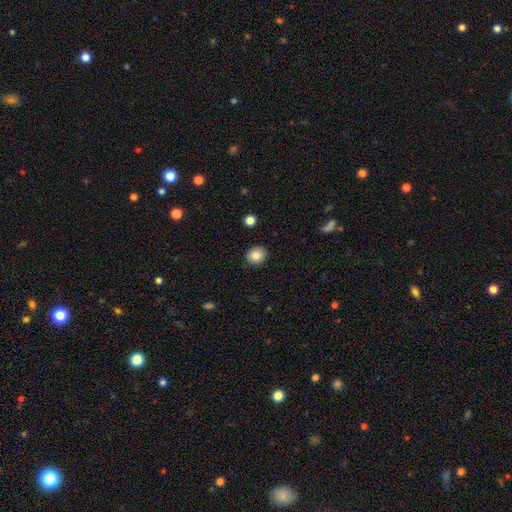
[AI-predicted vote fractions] Smooth or featured?
  - smooth: 84% *
  - star or artifact: 9%
  - featured or disk: 7%
How rounded?
  - round: 76% *
  - in between: 23%
  - cigar-shaped: 1%
Merging?
  - none: 90% *
  - minor disturbance: 7%
  - major disturbance: 2%
  - merger: 1%